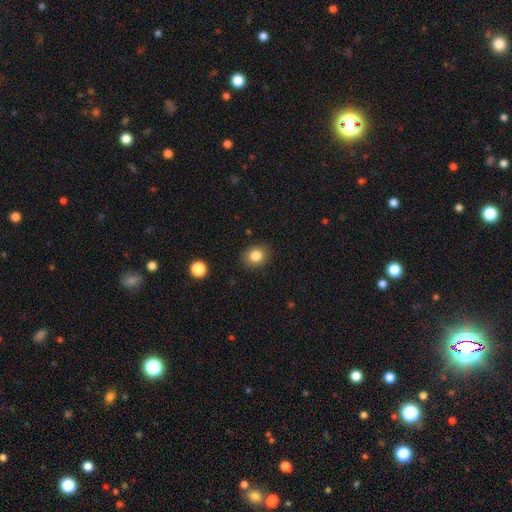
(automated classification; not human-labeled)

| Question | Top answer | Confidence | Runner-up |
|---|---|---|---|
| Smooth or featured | smooth | 83% | star or artifact (10%) |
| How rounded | round | 61% | in between (38%) |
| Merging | none | 88% | minor disturbance (9%) |